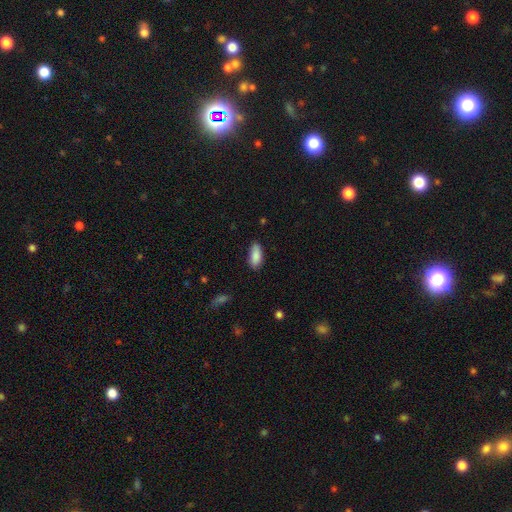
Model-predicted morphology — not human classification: smooth 88%, star or artifact 6%, featured or disk 5%. Down the decision tree: how rounded — in between (85%); merging — none (80%).